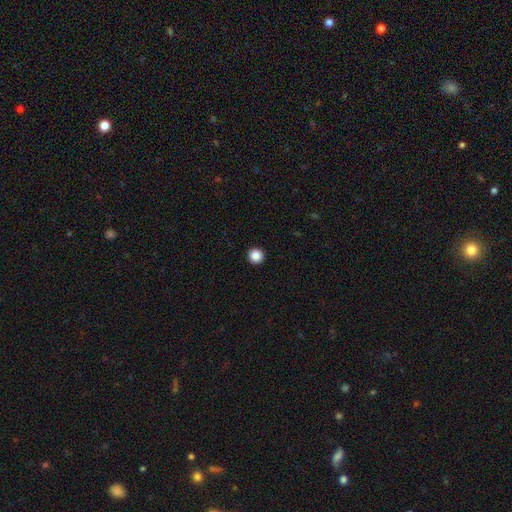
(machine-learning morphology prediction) This appears to be a smooth galaxy with no disk features (87%) that is round (96%). Merging: none (94%).